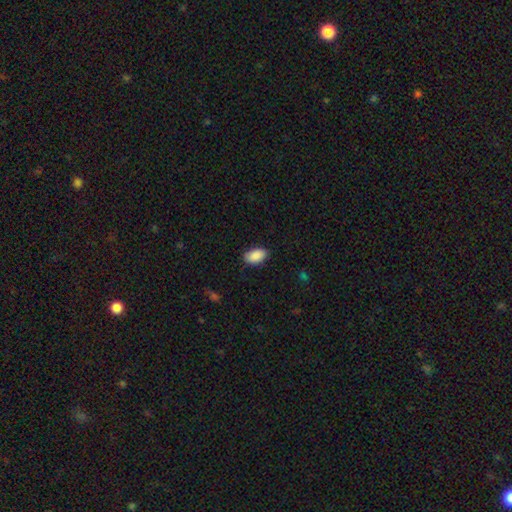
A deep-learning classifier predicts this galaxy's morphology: type=smooth (89%); roundness=in between (94%); merging=none (83%).